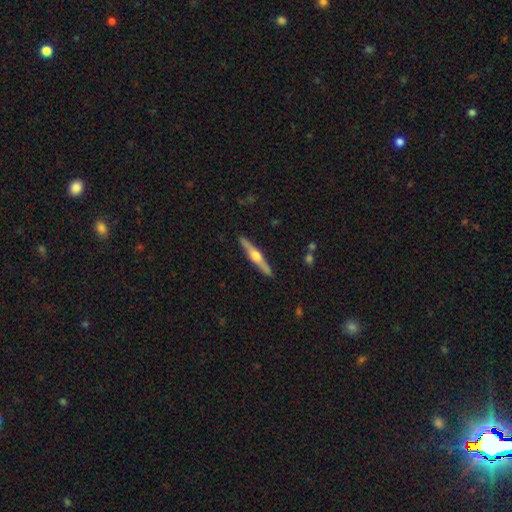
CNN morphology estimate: The model was most divided on "smooth or featured": featured or disk: 71%, smooth: 24%, star or artifact: 5%. More confident: edge-on disk — yes (98%); edge-on bulge — rounded (94%); merging — none (91%).